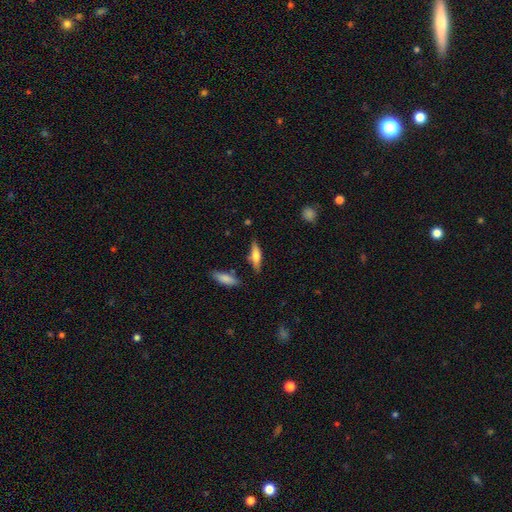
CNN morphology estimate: smooth 55%, featured or disk 38%, star or artifact 7%. Down the decision tree: how rounded — cigar-shaped (59%); merging — none (77%).